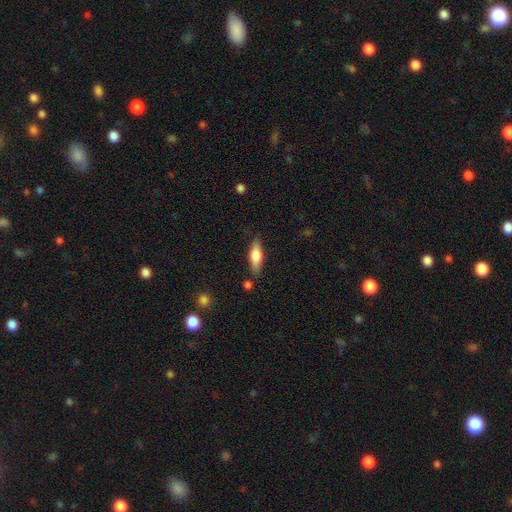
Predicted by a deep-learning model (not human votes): Smooth or featured? Predicted: smooth (p=0.65). How rounded? Predicted: in between (p=0.52). Merging? Predicted: none (p=0.80).